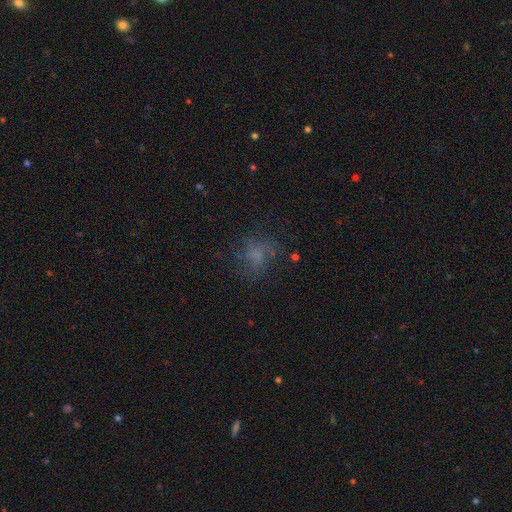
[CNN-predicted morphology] smooth_or_featured: smooth (p=0.50) [alt: featured or disk p=0.28]
merging: none (p=0.59) [alt: major disturbance p=0.21]